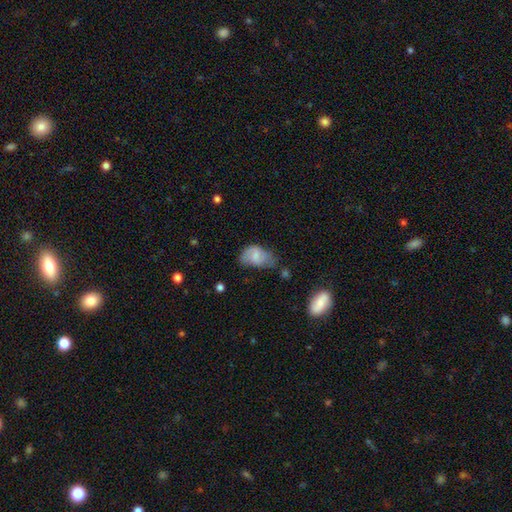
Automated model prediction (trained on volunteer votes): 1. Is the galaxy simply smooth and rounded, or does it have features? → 66% smooth, 26% featured or disk, 8% star or artifact.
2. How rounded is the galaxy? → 88% in between, 10% round, 2% cigar-shaped.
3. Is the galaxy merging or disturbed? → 41% minor disturbance, 35% none, 20% major disturbance, 5% merger.